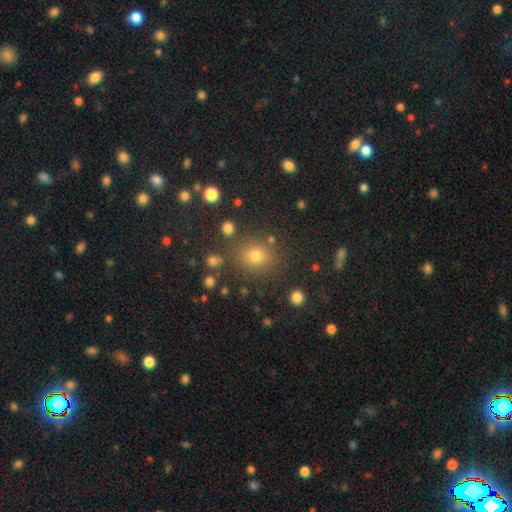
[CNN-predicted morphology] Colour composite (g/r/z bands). It shows a smooth galaxy with no disk features (72%) that is round (82%). Merging: none (82%).